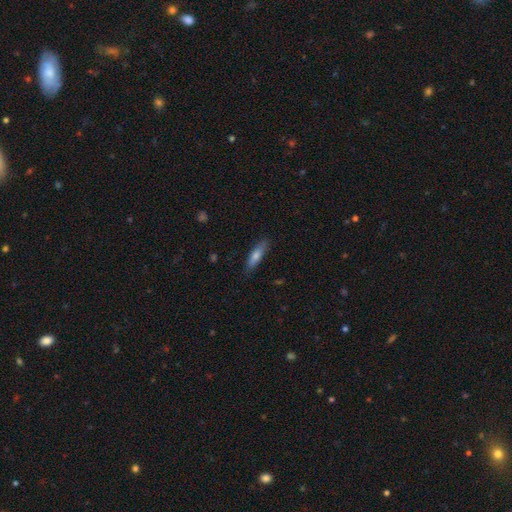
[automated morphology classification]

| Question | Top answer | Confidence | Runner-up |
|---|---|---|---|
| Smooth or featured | smooth | 70% | featured or disk (23%) |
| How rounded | cigar-shaped | 67% | in between (31%) |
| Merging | none | 85% | minor disturbance (12%) |